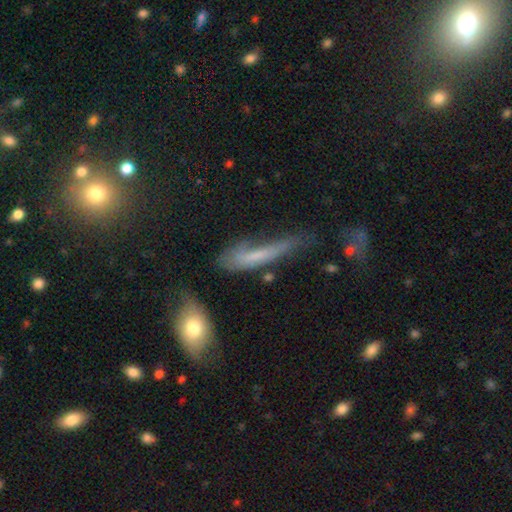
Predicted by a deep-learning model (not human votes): This appears to be a smooth galaxy with no disk features (54%) that is cigar-shaped (79%). Merging: none (33%).